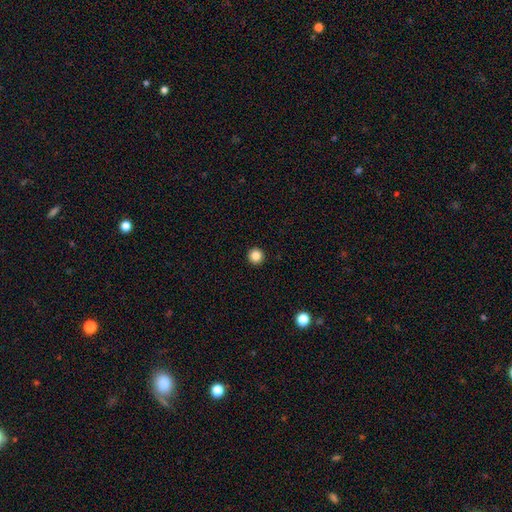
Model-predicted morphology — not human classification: Overall: smooth (86%). How rounded: round (96%). Merging: none (94%).